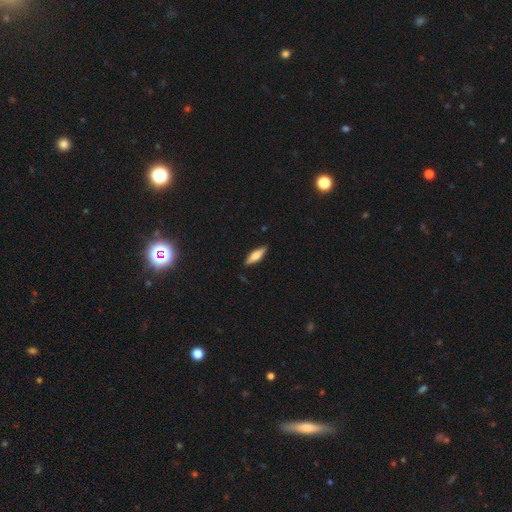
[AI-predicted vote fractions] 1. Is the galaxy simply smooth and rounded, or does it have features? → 57% smooth, 36% featured or disk, 6% star or artifact.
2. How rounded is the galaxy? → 58% cigar-shaped, 40% in between, 2% round.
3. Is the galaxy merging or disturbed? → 87% none, 10% minor disturbance, 2% major disturbance, 1% merger.